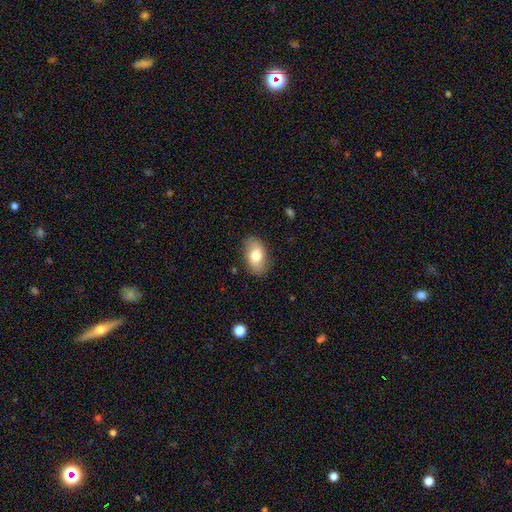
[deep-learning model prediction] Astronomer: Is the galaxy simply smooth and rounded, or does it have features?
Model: smooth — 74%.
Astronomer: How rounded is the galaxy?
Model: in between — 92%.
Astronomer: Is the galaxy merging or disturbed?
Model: none — 84%.